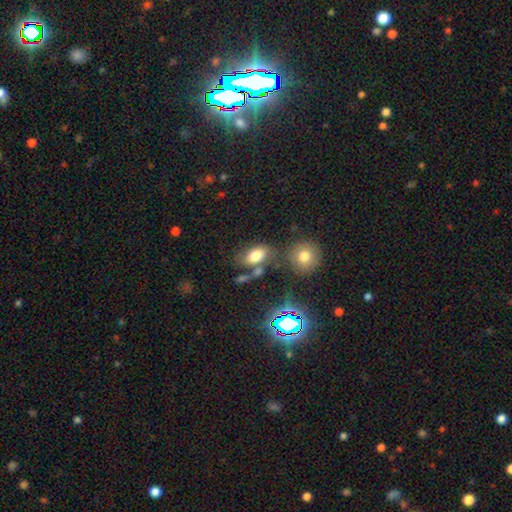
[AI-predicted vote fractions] smooth 73%, star or artifact 14%, featured or disk 13%. Down the decision tree: how rounded — in between (86%); merging — none (53%).